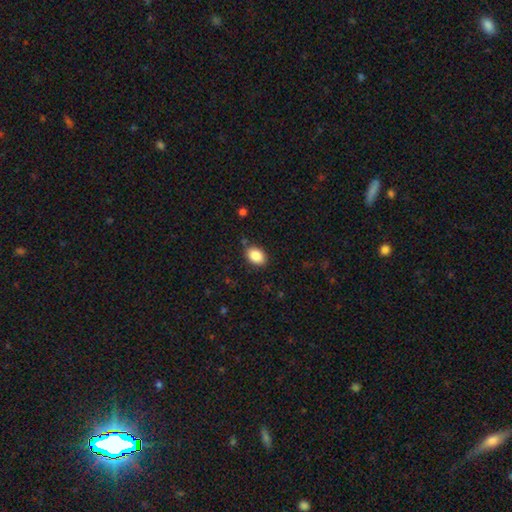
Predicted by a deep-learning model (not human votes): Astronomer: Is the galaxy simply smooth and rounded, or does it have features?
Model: smooth — 88%.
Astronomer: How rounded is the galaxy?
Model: in between — 82%.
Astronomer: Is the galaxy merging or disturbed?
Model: none — 85%.